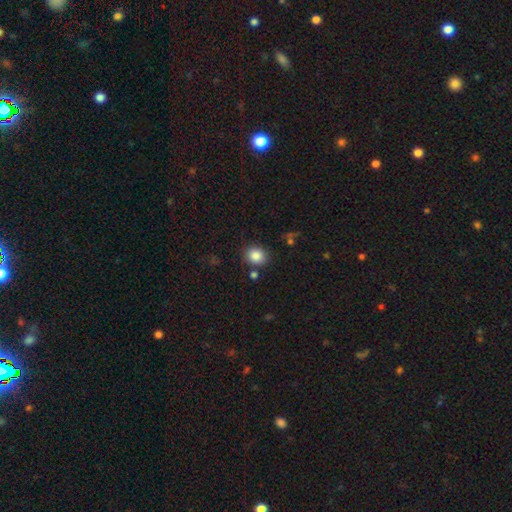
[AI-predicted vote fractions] Smooth or featured? smooth (85%)
How rounded? round (73%)
Merging? none (82%)